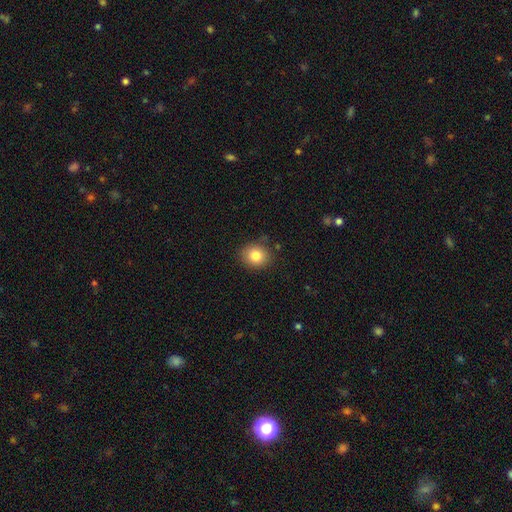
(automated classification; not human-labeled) Smooth or featured: smooth — 83% (star or artifact — 10%)
How rounded: round — 77% (in between — 22%)
Merging: none — 85% (minor disturbance — 10%)